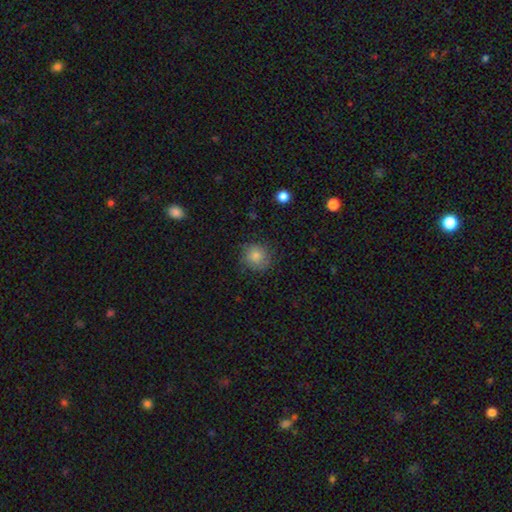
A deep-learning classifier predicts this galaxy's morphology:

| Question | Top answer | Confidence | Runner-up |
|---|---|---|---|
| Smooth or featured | smooth | 79% | featured or disk (11%) |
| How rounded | round | 88% | in between (11%) |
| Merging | none | 80% | minor disturbance (15%) |